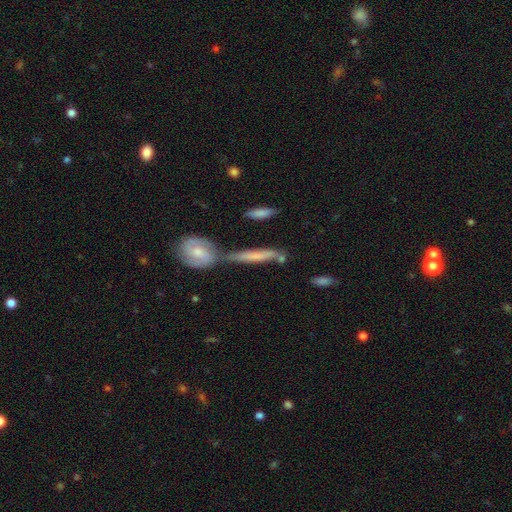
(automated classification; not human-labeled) smooth 50%, featured or disk 43%, star or artifact 8%. Down the decision tree: merging — none (51%).